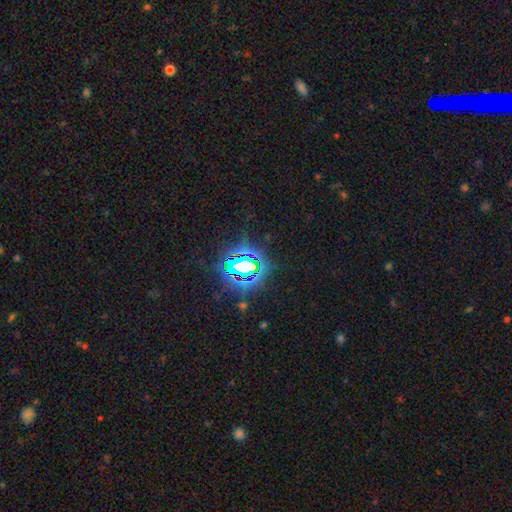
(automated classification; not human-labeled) smooth_or_featured: star or artifact (p=0.79) [alt: smooth p=0.14]